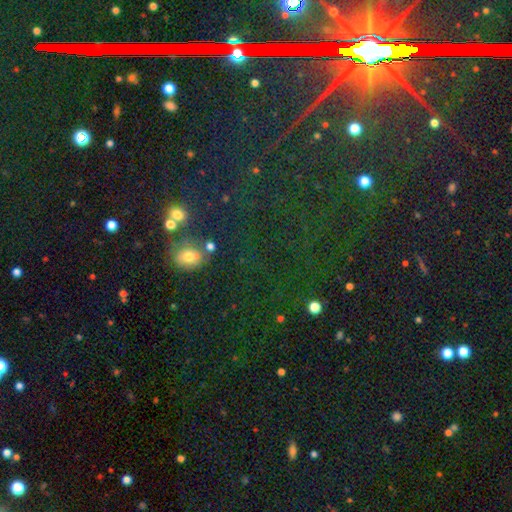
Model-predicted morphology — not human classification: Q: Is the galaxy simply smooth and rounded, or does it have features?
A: star or artifact — 57%.